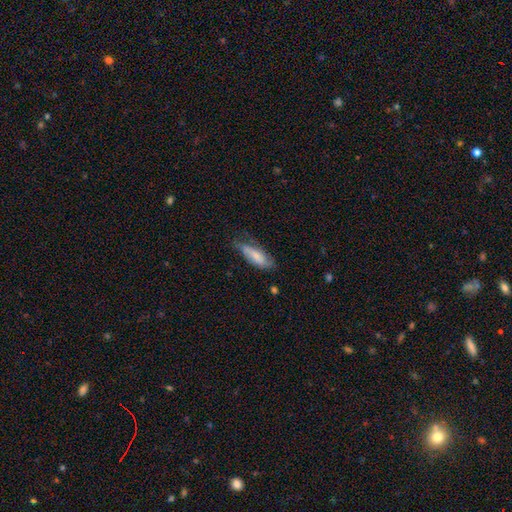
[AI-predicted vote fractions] Smooth or featured: smooth — 66% (featured or disk — 27%)
How rounded: in between — 65% (cigar-shaped — 33%)
Merging: none — 52% (minor disturbance — 34%)